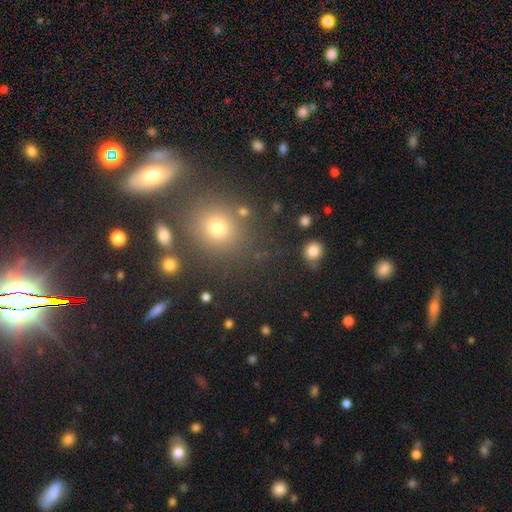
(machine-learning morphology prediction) smooth_or_featured: smooth (p=0.56) [alt: star or artifact p=0.31]
how_rounded: round (p=0.78) [alt: in between p=0.20]
merging: none (p=0.75) [alt: minor disturbance p=0.10]